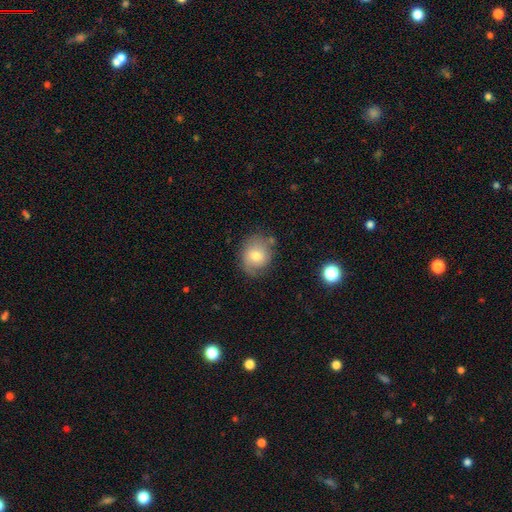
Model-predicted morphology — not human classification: smooth_or_featured: smooth (p=0.67) [alt: featured or disk p=0.24]
how_rounded: round (p=0.64) [alt: in between p=0.35]
merging: none (p=0.68) [alt: minor disturbance p=0.23]